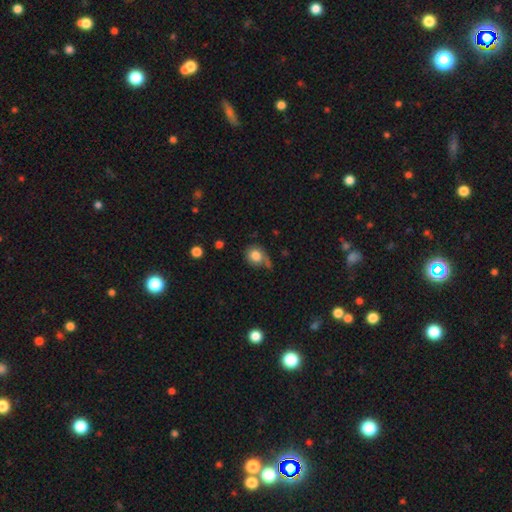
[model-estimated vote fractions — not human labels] Morphology: type=smooth (79%); roundness=round (68%); merging=none (47%).